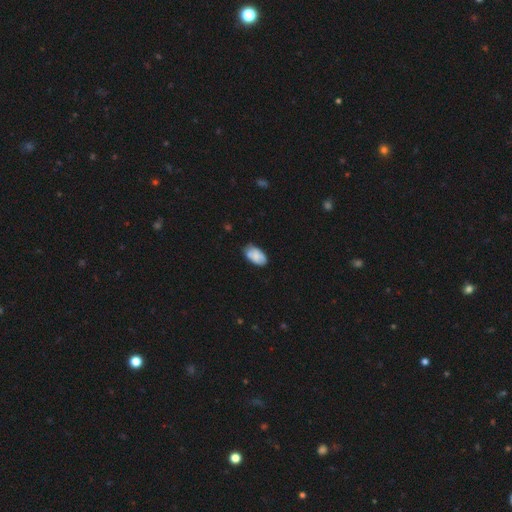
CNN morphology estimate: Smooth or featured?
  - smooth: 71% *
  - featured or disk: 22%
  - star or artifact: 8%
How rounded?
  - in between: 94% *
  - round: 4%
  - cigar-shaped: 2%
Merging?
  - none: 66% *
  - minor disturbance: 26%
  - major disturbance: 5%
  - merger: 3%